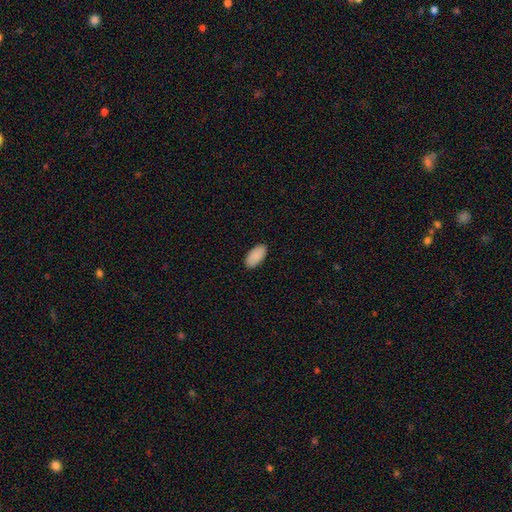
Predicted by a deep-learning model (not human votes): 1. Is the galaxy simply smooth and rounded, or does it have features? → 91% smooth, 6% star or artifact, 3% featured or disk.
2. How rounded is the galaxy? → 95% in between, 3% cigar-shaped, 2% round.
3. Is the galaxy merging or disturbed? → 89% none, 8% minor disturbance, 2% major disturbance, 1% merger.